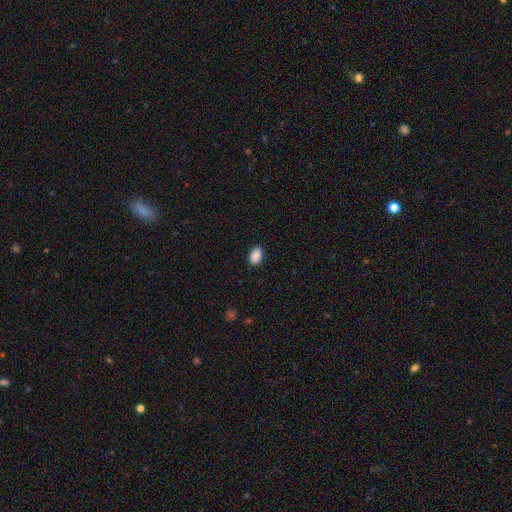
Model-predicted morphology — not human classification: smooth_or_featured: smooth (p=0.89) [alt: star or artifact p=0.08]
how_rounded: in between (p=0.88) [alt: round p=0.11]
merging: none (p=0.88) [alt: minor disturbance p=0.09]